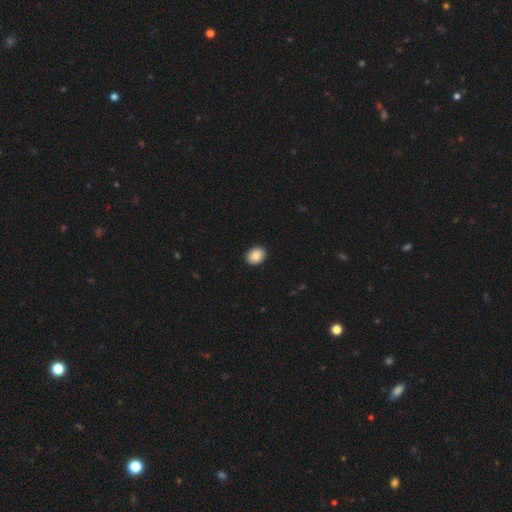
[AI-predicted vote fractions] Smooth or featured? Predicted: smooth (p=0.88). How rounded? Predicted: in between (p=0.61). Merging? Predicted: none (p=0.91).